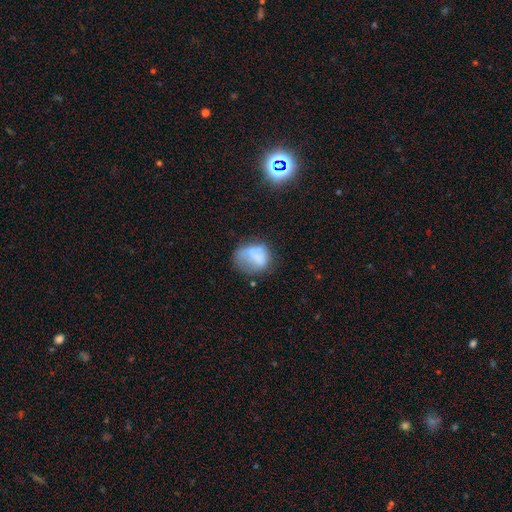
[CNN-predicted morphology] smooth_or_featured: smooth (p=0.67) [alt: featured or disk p=0.22]
how_rounded: round (p=0.54) [alt: in between p=0.45]
merging: none (p=0.38) [alt: minor disturbance p=0.29]